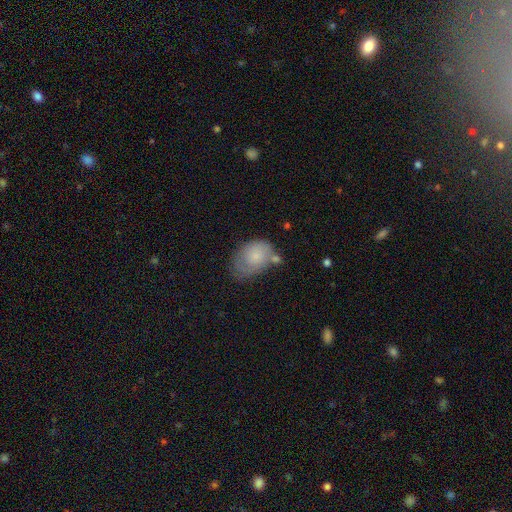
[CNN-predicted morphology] This is likely a smooth galaxy (70%). How rounded: likely in between (78%). Merging: marginally none (40%).